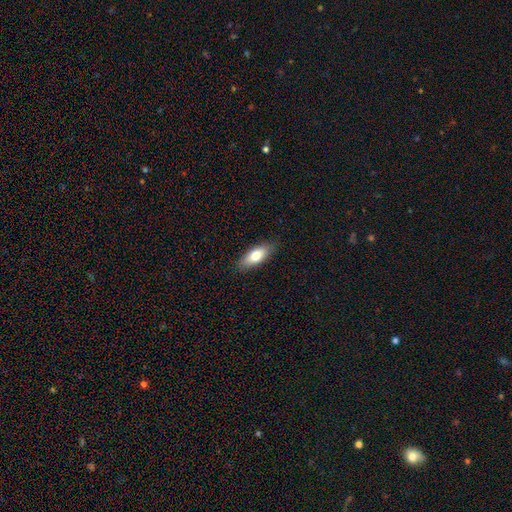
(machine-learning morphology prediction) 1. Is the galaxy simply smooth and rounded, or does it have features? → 76% smooth, 17% featured or disk, 7% star or artifact.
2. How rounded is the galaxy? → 78% in between, 20% cigar-shaped, 3% round.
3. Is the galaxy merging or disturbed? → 86% none, 10% minor disturbance, 2% major disturbance, 1% merger.